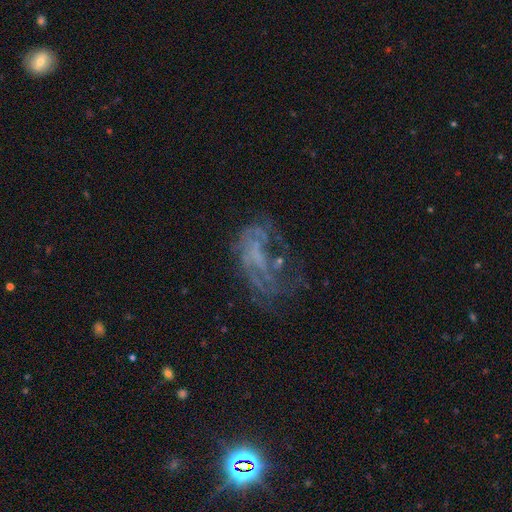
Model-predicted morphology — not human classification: This appears to be a featured or disk galaxy (64%) with no bar (67%), no spiral arms (51%) and no central bulge (70%). Merging: major disturbance (41%).